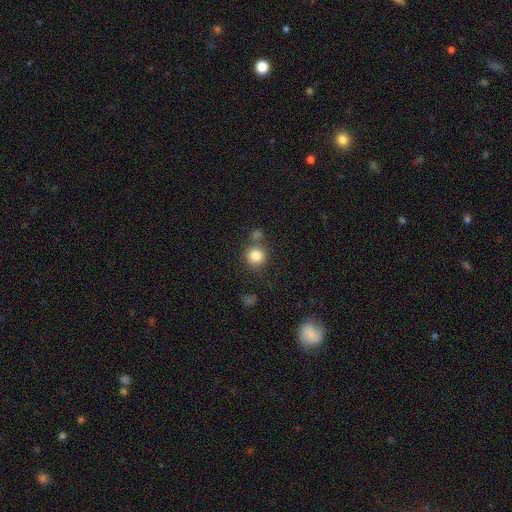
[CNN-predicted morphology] smooth_or_featured: smooth (p=0.83) [alt: star or artifact p=0.11]
how_rounded: round (p=0.92) [alt: in between p=0.07]
merging: none (p=0.70) [alt: merger p=0.16]